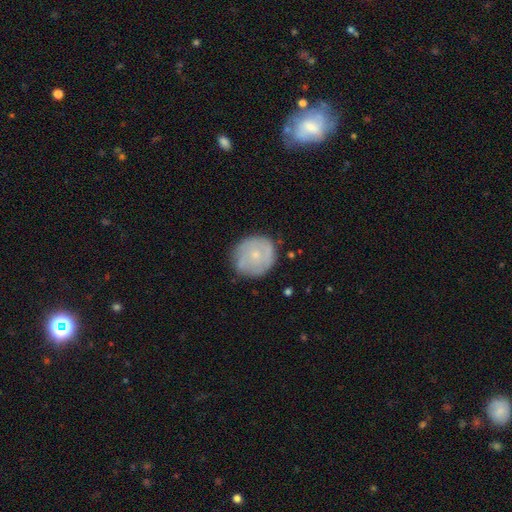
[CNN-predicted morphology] This appears to be a featured or disk galaxy (48%). Merging: none (75%).